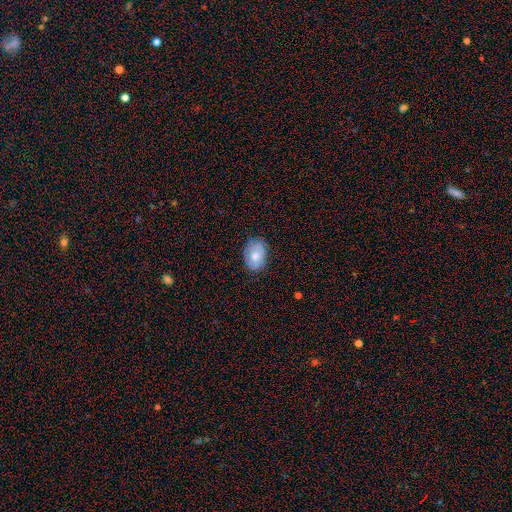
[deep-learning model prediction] A smooth galaxy with no disk features (66%) that is in between round and cigar-shaped (80%).

Vote fractions:
- Smooth or featured? smooth: 66% / featured or disk: 26% / star or artifact: 8%
- How rounded? in between: 80% / round: 18% / cigar-shaped: 1%
- Merging? none: 77% / minor disturbance: 18% / major disturbance: 4% / merger: 1%